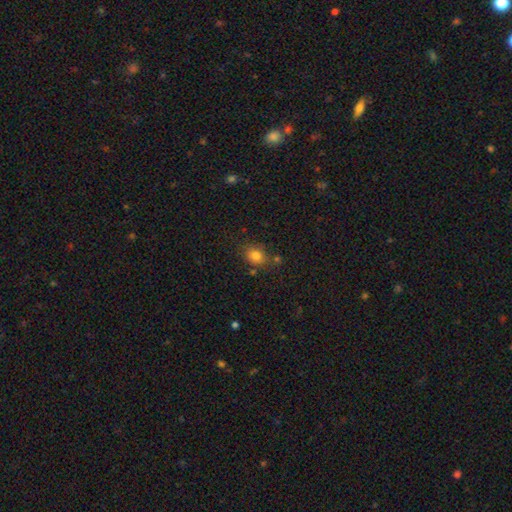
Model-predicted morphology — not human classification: Smooth or featured? smooth (80%)
How rounded? round (55%)
Merging? none (71%)